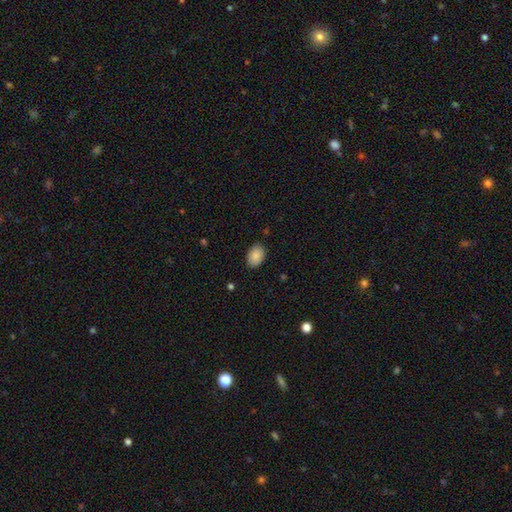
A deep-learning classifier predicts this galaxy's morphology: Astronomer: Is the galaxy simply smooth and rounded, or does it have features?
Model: smooth — 88%.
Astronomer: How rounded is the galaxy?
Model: in between — 85%.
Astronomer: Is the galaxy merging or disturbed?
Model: none — 86%.